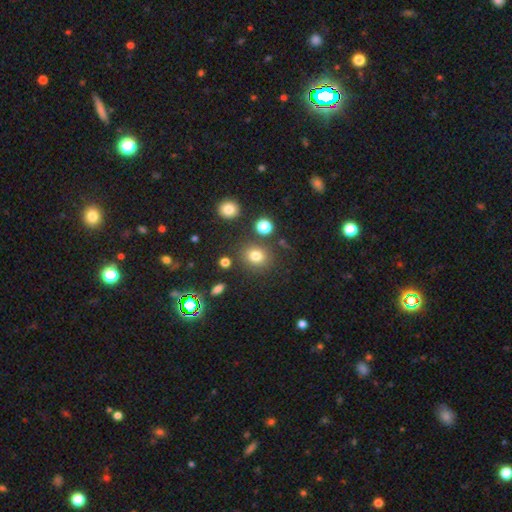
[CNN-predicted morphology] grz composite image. It shows a smooth galaxy with no disk features (76%) that is round (72%). Merging: none (80%).